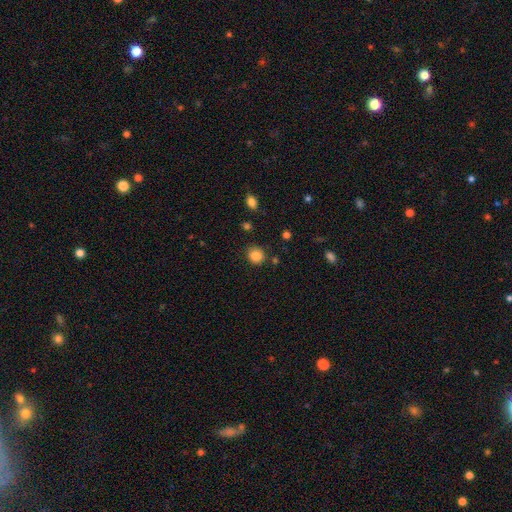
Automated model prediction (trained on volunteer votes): This is clearly a smooth galaxy (85%). How rounded: clearly round (87%). Merging: clearly none (85%).